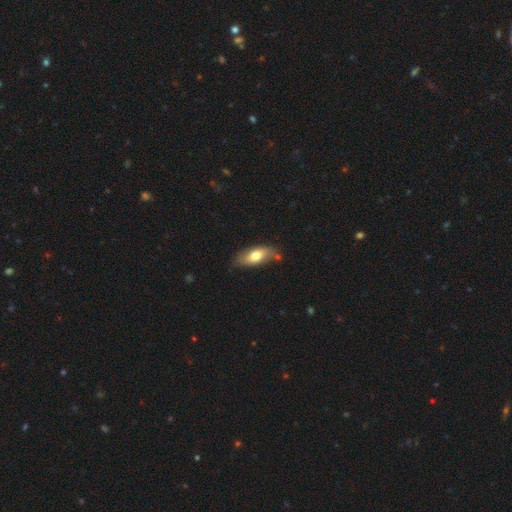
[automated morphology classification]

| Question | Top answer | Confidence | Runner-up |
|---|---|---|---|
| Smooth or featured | smooth | 66% | featured or disk (27%) |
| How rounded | in between | 83% | cigar-shaped (13%) |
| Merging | none | 63% | minor disturbance (25%) |